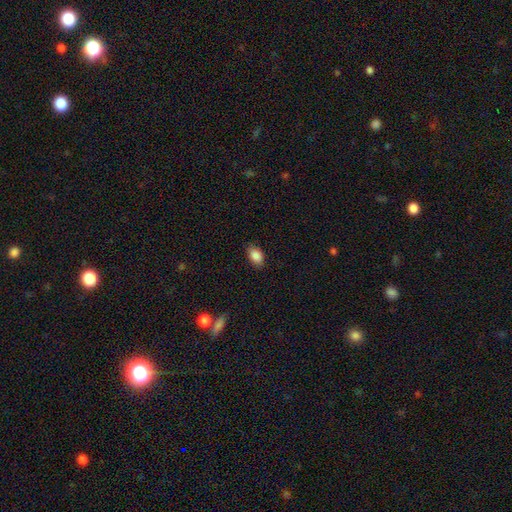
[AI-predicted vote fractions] This is clearly a smooth galaxy (88%). How rounded: clearly in between (89%). Merging: clearly none (83%).